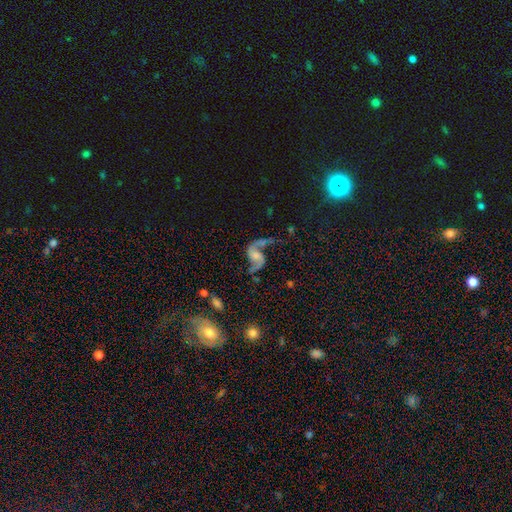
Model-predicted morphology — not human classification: A featured or disk galaxy (89%) with no bar (49%), 2 (92%) loose (74%) spiral arms (97%) and a moderate central bulge (33%). Merging: none (60%).